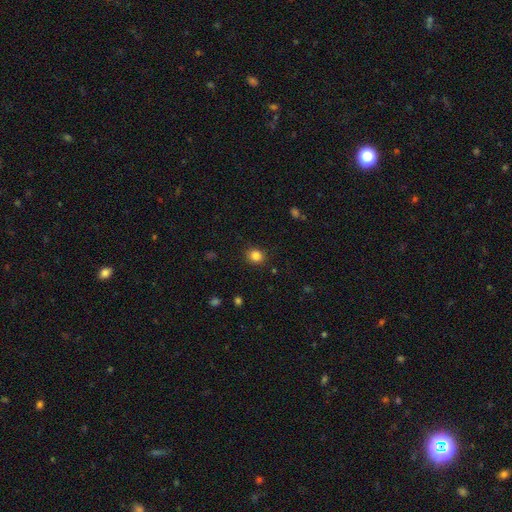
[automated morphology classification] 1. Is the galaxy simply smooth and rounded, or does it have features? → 85% smooth, 11% star or artifact, 4% featured or disk.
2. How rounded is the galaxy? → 76% round, 23% in between, 1% cigar-shaped.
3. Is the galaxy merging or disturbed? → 88% none, 8% minor disturbance, 2% major disturbance, 1% merger.